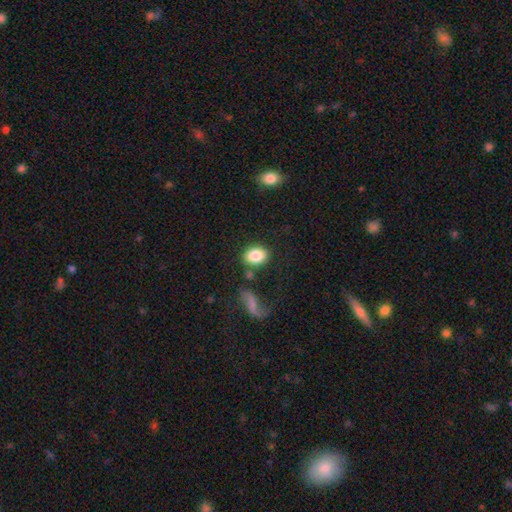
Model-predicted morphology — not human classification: A smooth galaxy with no disk features (84%) that is in between round and cigar-shaped (71%).

Vote fractions:
- Smooth or featured? smooth: 84% / featured or disk: 8% / star or artifact: 8%
- How rounded? in between: 71% / round: 27% / cigar-shaped: 1%
- Merging? none: 74% / minor disturbance: 13% / merger: 9% / major disturbance: 5%